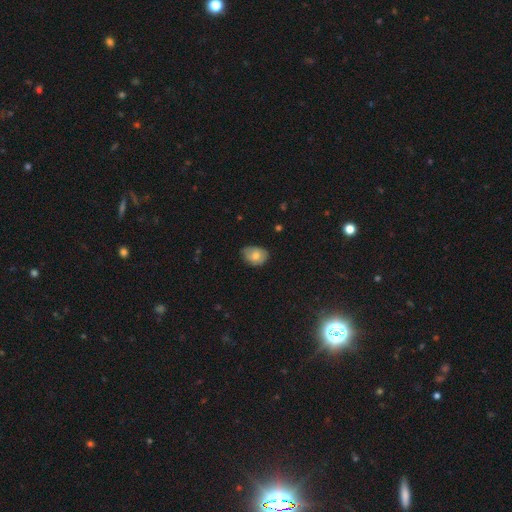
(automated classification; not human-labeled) The model was most divided on "how rounded": in between: 63%, round: 36%, cigar-shaped: 1%. More confident: smooth or featured — smooth (74%); merging — none (62%).